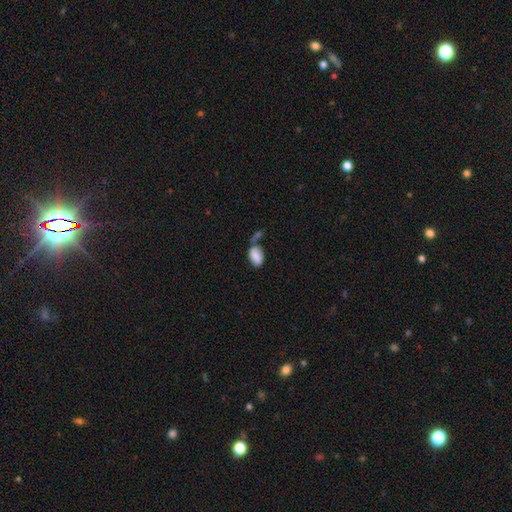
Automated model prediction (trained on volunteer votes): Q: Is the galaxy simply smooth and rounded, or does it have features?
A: smooth — 82%.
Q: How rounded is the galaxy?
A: in between — 90%.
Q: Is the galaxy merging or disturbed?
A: none — 39%.